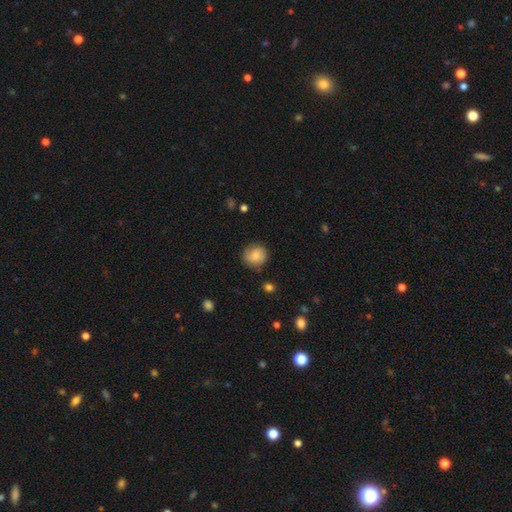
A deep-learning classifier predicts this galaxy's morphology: Smooth or featured: smooth — 78% (featured or disk — 14%)
How rounded: round — 85% (in between — 14%)
Merging: none — 81% (minor disturbance — 14%)